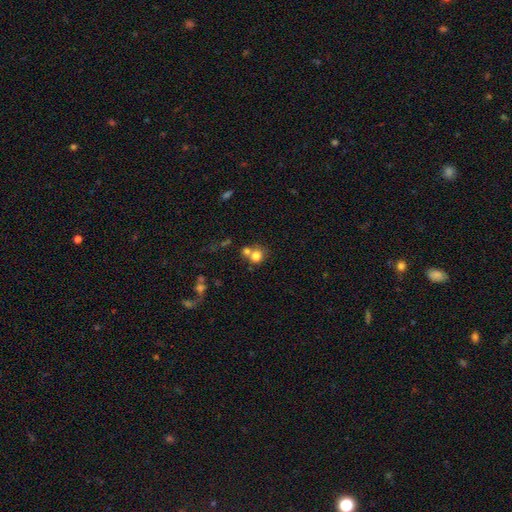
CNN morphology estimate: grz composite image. It shows a smooth galaxy with no disk features (77%) that is round (82%). Merging: none (45%).